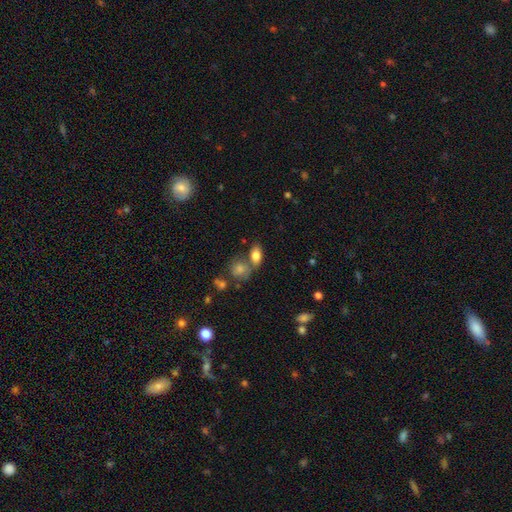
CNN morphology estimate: This is clearly a smooth galaxy (80%). How rounded: clearly in between (85%). Merging: possibly none (57%).